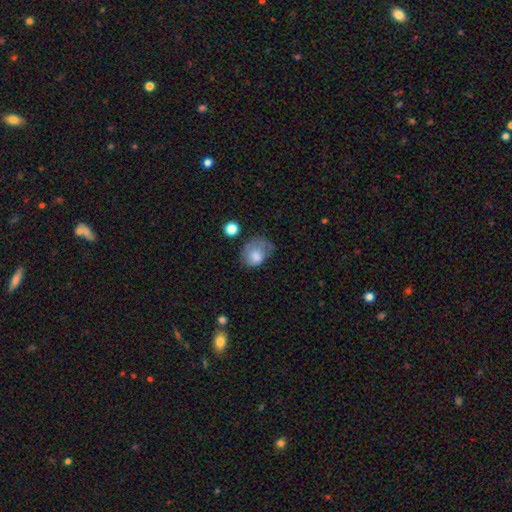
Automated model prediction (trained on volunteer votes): smooth_or_featured: smooth (p=0.74) [alt: featured or disk p=0.18]
how_rounded: in between (p=0.53) [alt: round p=0.46]
merging: minor disturbance (p=0.35) [alt: none p=0.31]